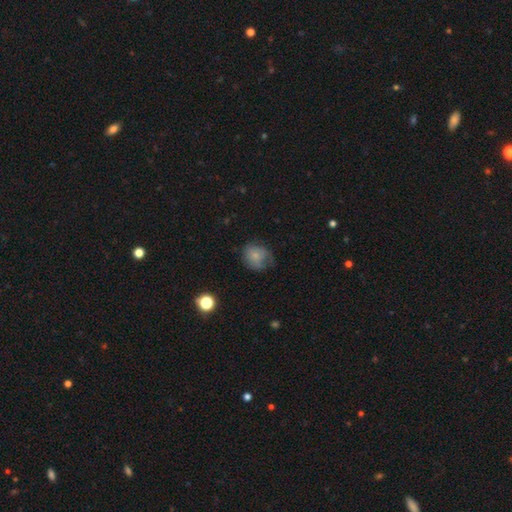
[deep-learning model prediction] A smooth galaxy with no disk features (75%) that is round (64%). Merging: none (53%).